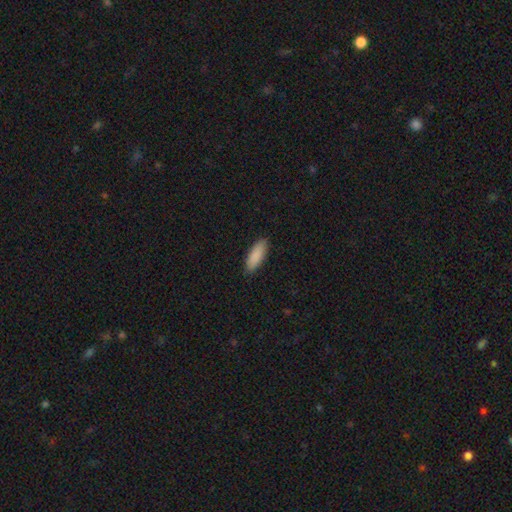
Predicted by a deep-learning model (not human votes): Smooth or featured? Predicted: smooth (p=0.90). How rounded? Predicted: in between (p=0.64). Merging? Predicted: none (p=0.88).